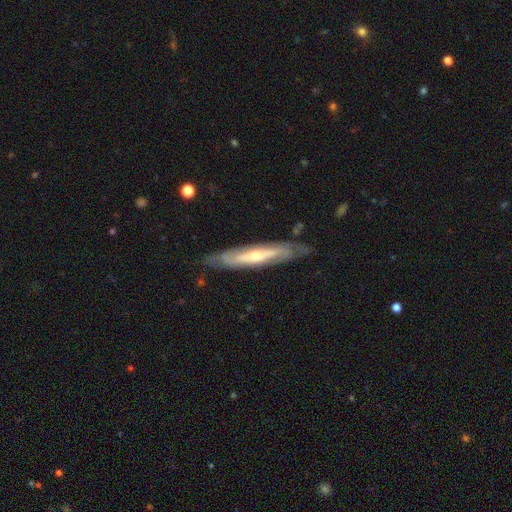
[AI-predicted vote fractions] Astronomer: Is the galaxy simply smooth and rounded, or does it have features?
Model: featured or disk — 70%.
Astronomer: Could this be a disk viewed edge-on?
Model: yes — 56% (runner-up: no, 44%).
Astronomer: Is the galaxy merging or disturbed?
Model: none — 77%.